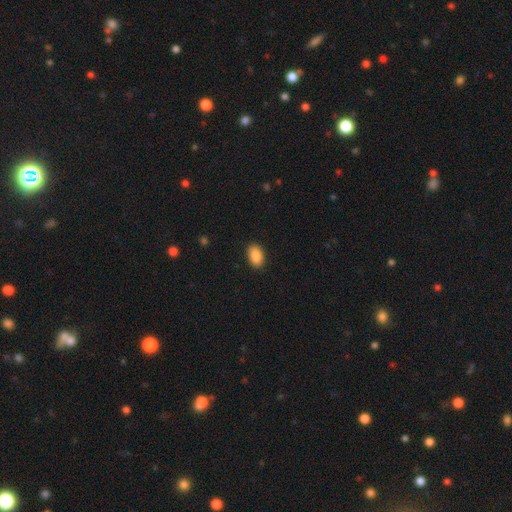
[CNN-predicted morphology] Smooth or featured?
  - smooth: 89% *
  - star or artifact: 7%
  - featured or disk: 3%
How rounded?
  - in between: 90% *
  - round: 8%
  - cigar-shaped: 1%
Merging?
  - none: 88% *
  - minor disturbance: 9%
  - major disturbance: 2%
  - merger: 1%